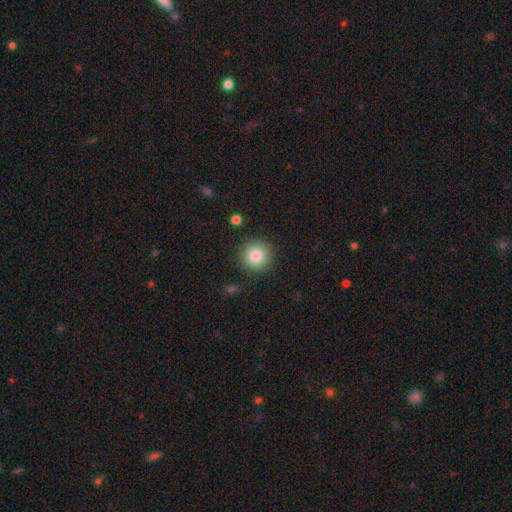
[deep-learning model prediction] Smooth or featured? smooth (84%)
How rounded? round (95%)
Merging? none (89%)